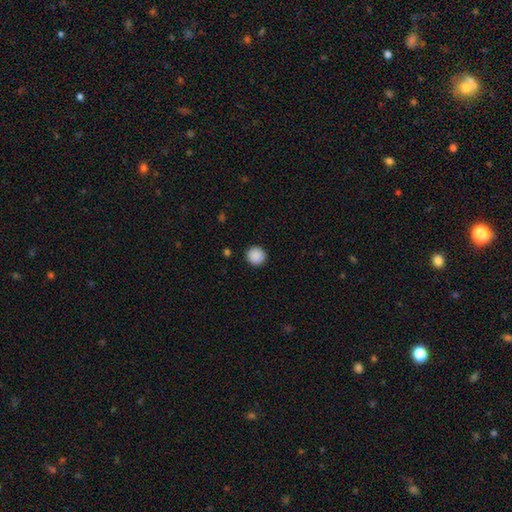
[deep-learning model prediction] A smooth galaxy with no disk features (90%) that is round (94%).

Vote fractions:
- Smooth or featured? smooth: 90% / star or artifact: 8% / featured or disk: 2%
- How rounded? round: 94% / in between: 5% / cigar-shaped: 1%
- Merging? none: 92% / minor disturbance: 5% / major disturbance: 2% / merger: 1%